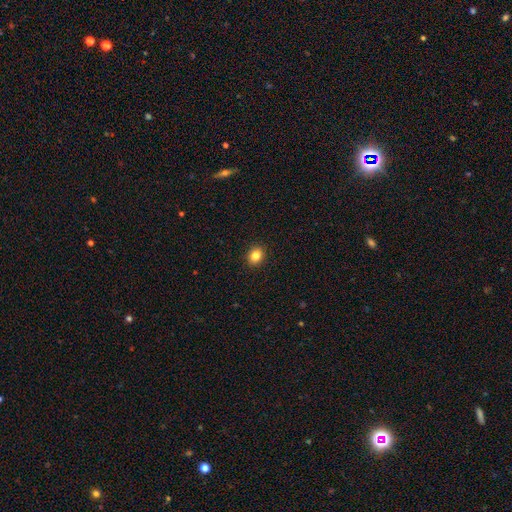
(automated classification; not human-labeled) Overall: smooth (85%). How rounded: round (57%; in between 42%). Merging: none (92%).